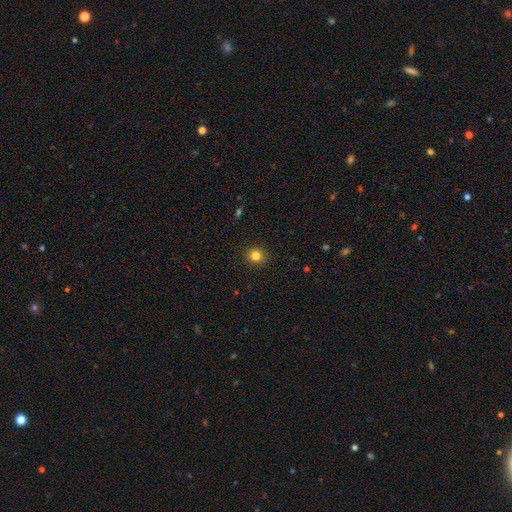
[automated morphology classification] The model was most divided on "smooth or featured": smooth: 82%, star or artifact: 13%, featured or disk: 5%. More confident: merging — none (92%); how rounded — round (91%).